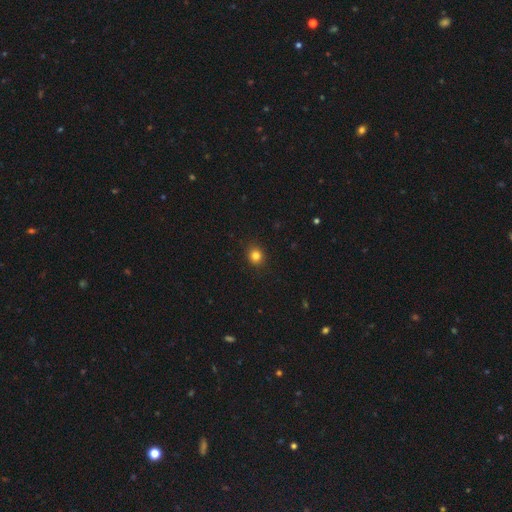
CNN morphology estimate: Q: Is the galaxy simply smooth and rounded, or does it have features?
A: smooth — 82%.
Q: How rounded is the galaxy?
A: round — 83%.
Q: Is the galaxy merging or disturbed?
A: none — 91%.